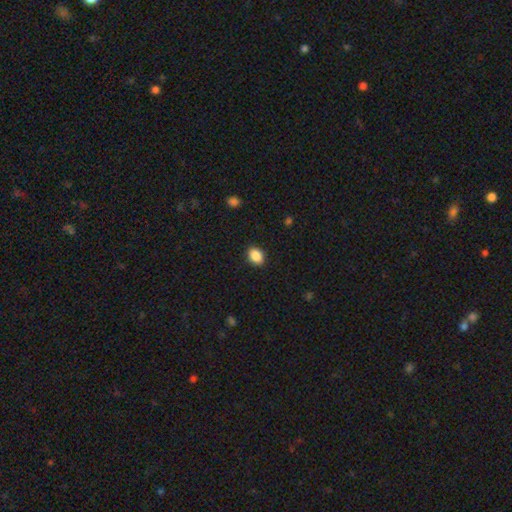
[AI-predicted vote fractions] Smooth or featured: smooth — 88% (star or artifact — 8%)
How rounded: in between — 73% (round — 26%)
Merging: none — 89% (minor disturbance — 8%)